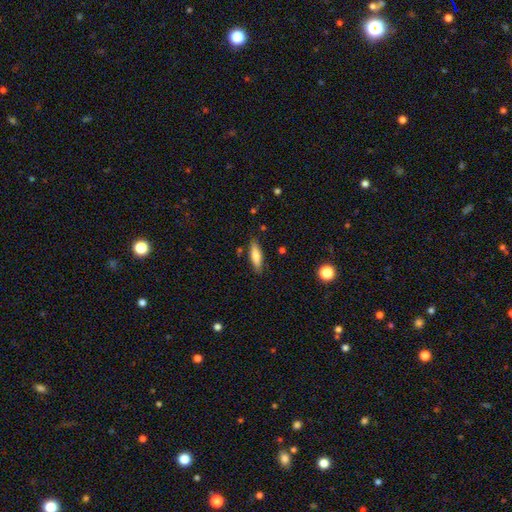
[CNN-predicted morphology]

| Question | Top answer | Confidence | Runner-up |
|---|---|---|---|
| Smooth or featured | smooth | 73% | featured or disk (20%) |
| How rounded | cigar-shaped | 60% | in between (38%) |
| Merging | none | 84% | minor disturbance (11%) |